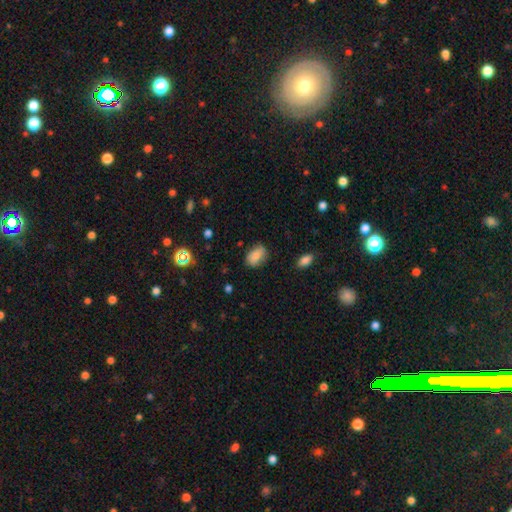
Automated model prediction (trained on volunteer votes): A smooth galaxy with no disk features (78%) that is in between round and cigar-shaped (84%). Merging: none (76%).